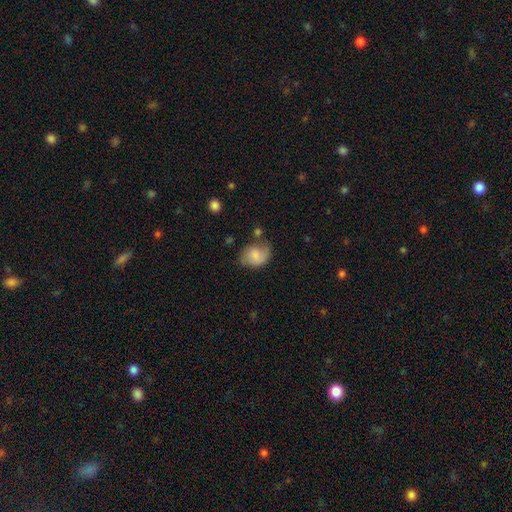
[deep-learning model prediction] smooth-or-featured: smooth: 69% | featured or disk: 22% | star or artifact: 8%
  how-rounded: in between: 57% | round: 42% | cigar-shaped: 1%
  merging: none: 55% | minor disturbance: 28% | major disturbance: 11% | merger: 6%